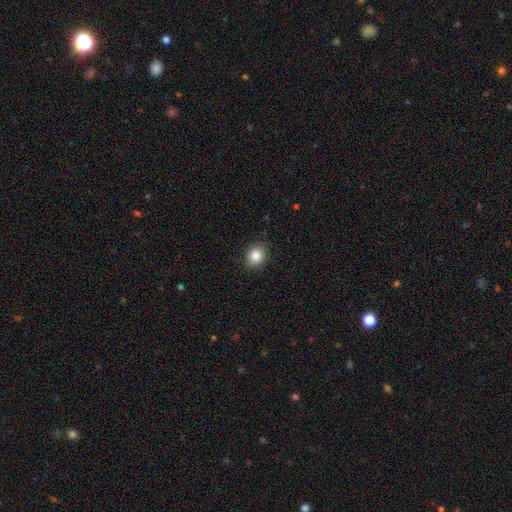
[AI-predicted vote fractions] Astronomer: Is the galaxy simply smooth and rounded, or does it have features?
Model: smooth — 85%.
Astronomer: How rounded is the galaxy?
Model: round — 67%.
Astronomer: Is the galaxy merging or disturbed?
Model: none — 88%.